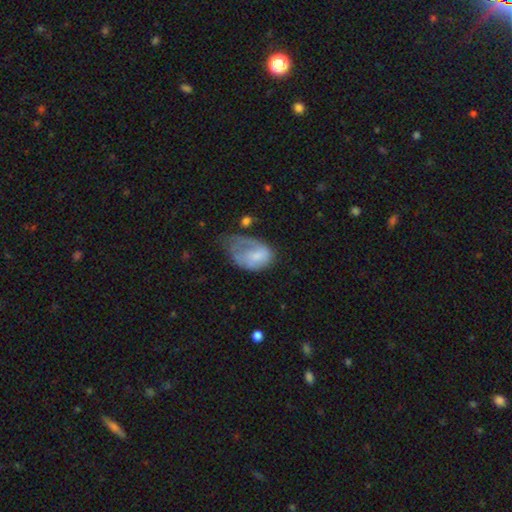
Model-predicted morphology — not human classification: smooth_or_featured: smooth (p=0.60) [alt: featured or disk p=0.32]
how_rounded: in between (p=0.84) [alt: round p=0.15]
merging: major disturbance (p=0.47) [alt: minor disturbance p=0.31]